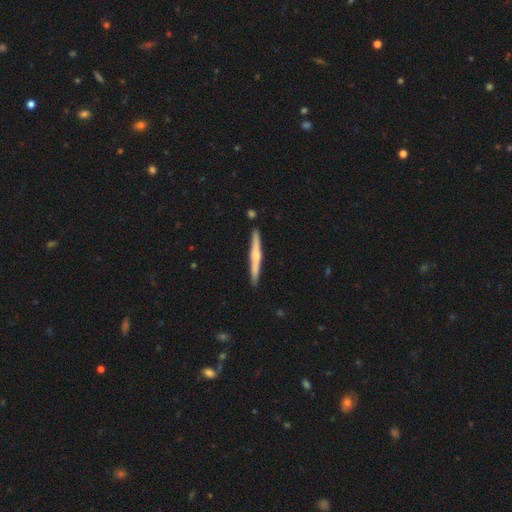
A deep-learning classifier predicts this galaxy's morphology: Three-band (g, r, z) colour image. It shows a featured or disk galaxy (56%) viewed edge-on (97%) with a rounded central bulge (70%). Merging: none (90%).